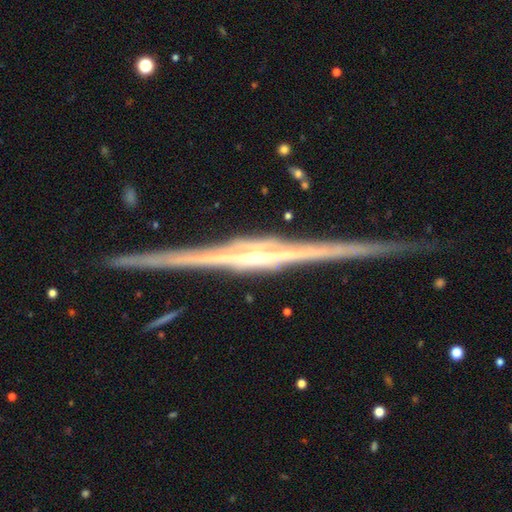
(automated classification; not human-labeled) Smooth or featured? featured or disk (92%)
Edge-on disk? yes (99%)
Edge-on bulge? rounded (58%)
Merging? none (91%)